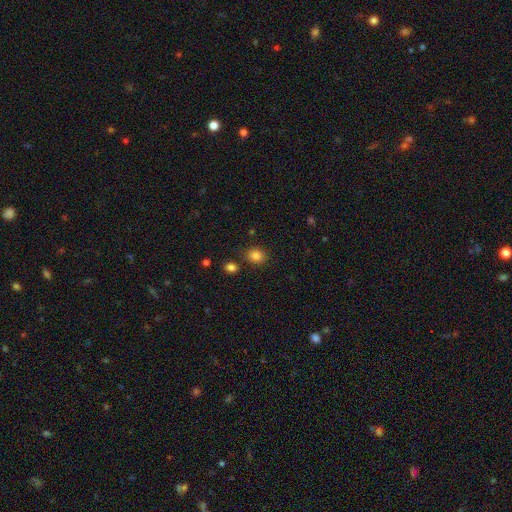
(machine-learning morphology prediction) Q: Smooth or featured?
A: smooth (84%); runner-up: star or artifact (12%)
Q: How rounded?
A: round (70%); runner-up: in between (29%)
Q: Merging?
A: none (82%); runner-up: minor disturbance (10%)